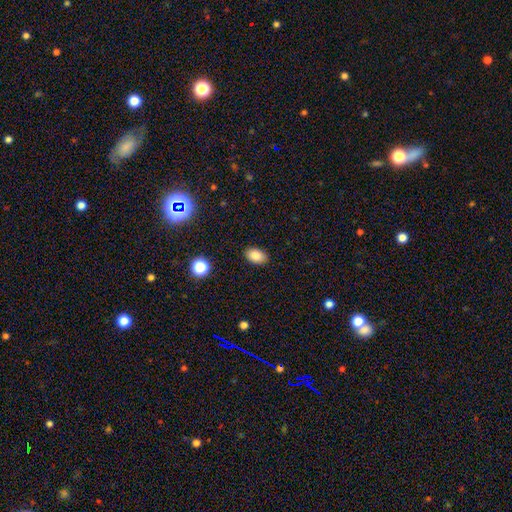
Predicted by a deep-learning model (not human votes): smooth_or_featured: smooth (p=0.85) [alt: star or artifact p=0.10]
how_rounded: in between (p=0.84) [alt: round p=0.15]
merging: none (p=0.88) [alt: minor disturbance p=0.08]